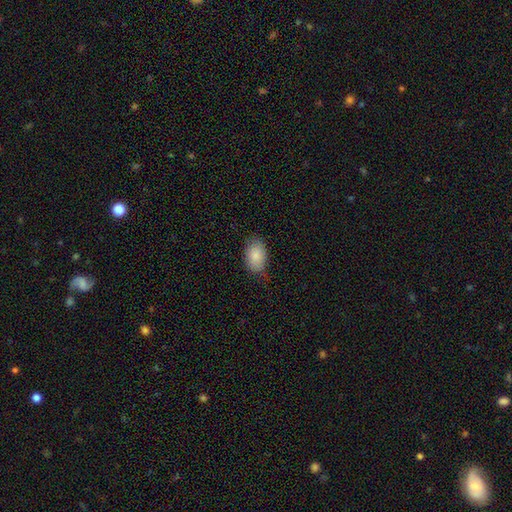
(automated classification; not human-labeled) smooth-or-featured: smooth: 86% | featured or disk: 7% | star or artifact: 7%
  how-rounded: in between: 90% | round: 9% | cigar-shaped: 1%
  merging: none: 76% | minor disturbance: 20% | major disturbance: 4% | merger: 1%